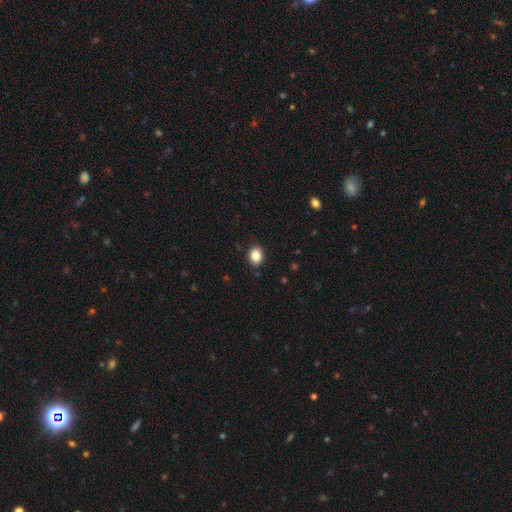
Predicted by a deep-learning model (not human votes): Smooth or featured? Predicted: smooth (p=0.86). How rounded? Predicted: in between (p=0.50). Merging? Predicted: none (p=0.89).